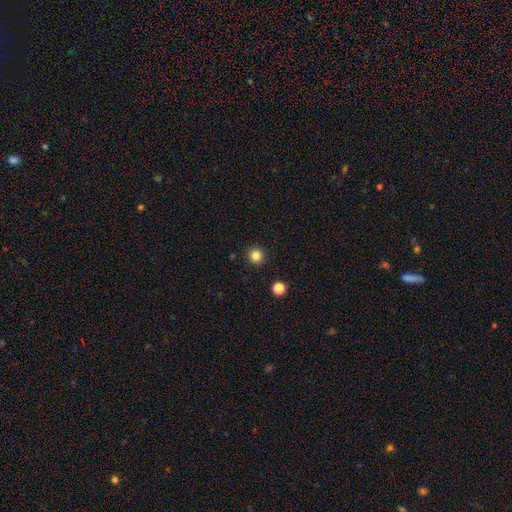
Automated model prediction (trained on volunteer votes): Smooth or featured? Predicted: smooth (p=0.83). How rounded? Predicted: round (p=0.95). Merging? Predicted: none (p=0.92).